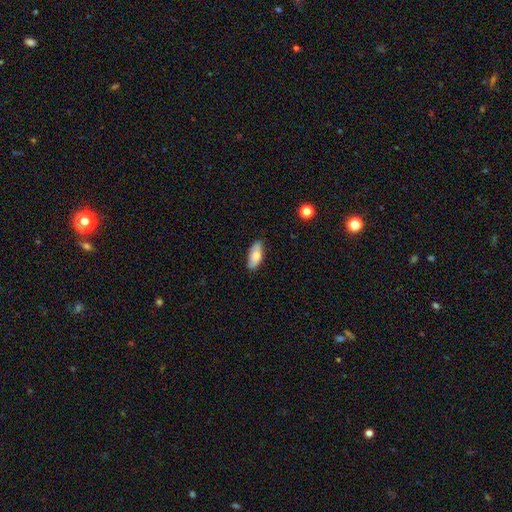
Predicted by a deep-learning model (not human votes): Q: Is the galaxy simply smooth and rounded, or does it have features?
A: smooth — 78%.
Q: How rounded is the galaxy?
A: in between — 85%.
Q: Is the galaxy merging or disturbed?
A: none — 81%.